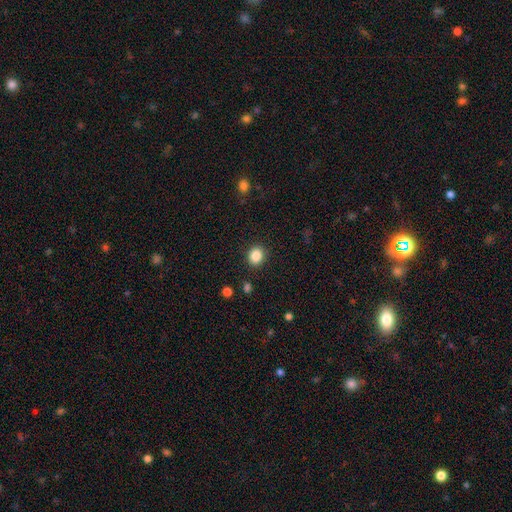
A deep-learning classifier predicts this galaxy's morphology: Smooth or featured? Predicted: smooth (p=0.86). How rounded? Predicted: round (p=0.61). Merging? Predicted: none (p=0.89).